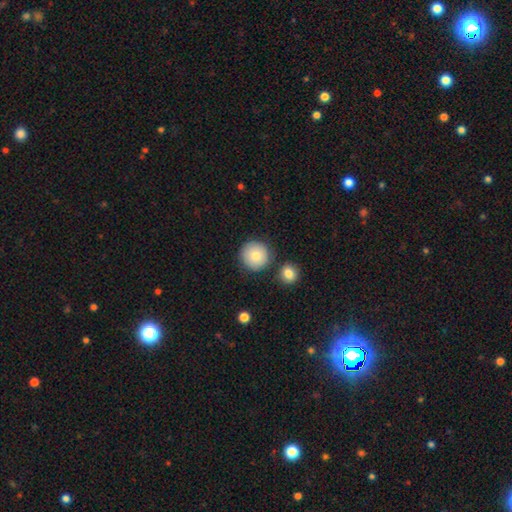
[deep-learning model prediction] Q: Smooth or featured?
A: smooth (83%); runner-up: featured or disk (9%)
Q: How rounded?
A: round (95%); runner-up: in between (4%)
Q: Merging?
A: none (81%); runner-up: minor disturbance (9%)